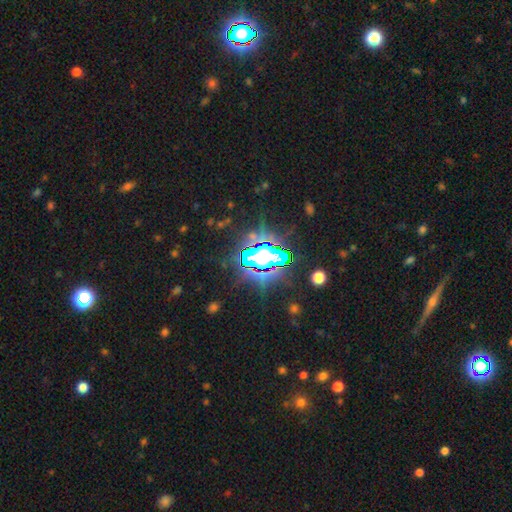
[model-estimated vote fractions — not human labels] A star or artifact, not a galaxy (70%).